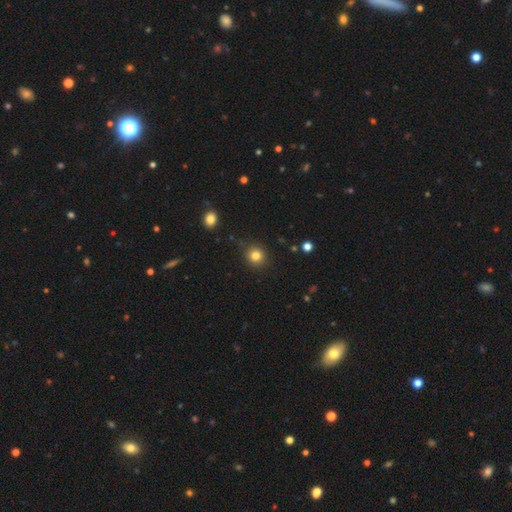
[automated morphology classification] This is clearly a smooth galaxy (82%). How rounded: clearly round (90%). Merging: clearly none (89%).